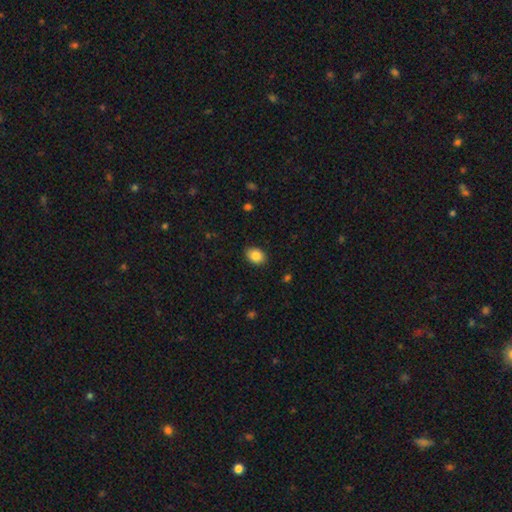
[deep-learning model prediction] Overall: smooth (87%). How rounded: in between (68%; round 31%). Merging: none (87%).